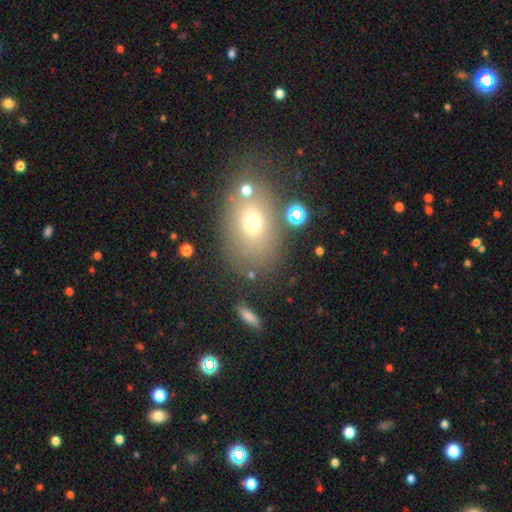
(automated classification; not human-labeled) Overall: smooth (62%). How rounded: in between (67%; round 31%). Merging: none (67%).